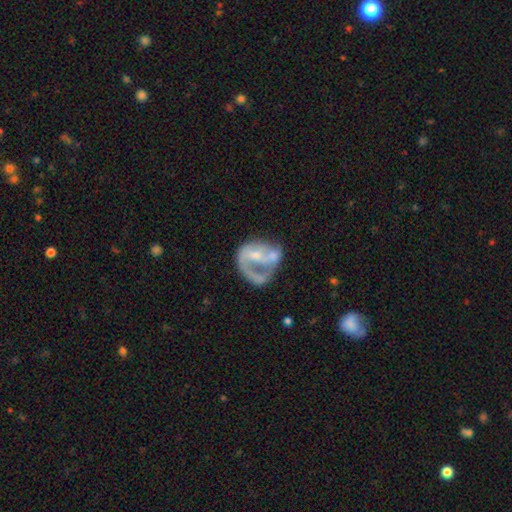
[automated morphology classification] A featured or disk galaxy (67%) with no bar (58%), spiral arms (51%) and a small central bulge (45%).

Vote fractions:
- Smooth or featured? featured or disk: 67% / smooth: 26% / star or artifact: 7%
- Edge-on disk? no: 98% / yes: 2%
- Bar? no: 58% / weak: 30% / strong: 11%
- Spiral arms? yes: 51% / no: 49%
- Bulge size? small: 45% / moderate: 33% / none: 18% / large: 3% / dominant: 1%
- Merging? major disturbance: 35% / none: 29% / merger: 18% / minor disturbance: 17%